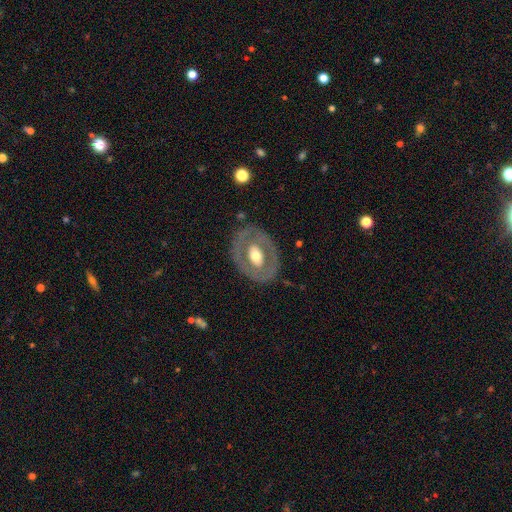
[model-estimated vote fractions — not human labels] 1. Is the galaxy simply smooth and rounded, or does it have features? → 60% featured or disk, 35% smooth, 5% star or artifact.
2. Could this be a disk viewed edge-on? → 93% no, 7% yes.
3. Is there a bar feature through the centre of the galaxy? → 73% no, 18% weak, 9% strong.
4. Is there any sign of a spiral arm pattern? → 86% no, 14% yes.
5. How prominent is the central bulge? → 62% moderate, 23% large, 12% small, 2% dominant, 1% none.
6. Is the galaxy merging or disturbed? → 79% none, 13% minor disturbance, 7% major disturbance, 1% merger.